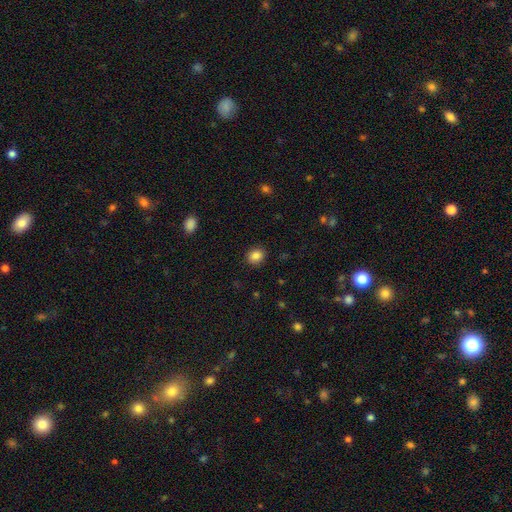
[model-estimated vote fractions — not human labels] Overall: smooth (86%). How rounded: round (68%; in between 31%). Merging: none (89%).